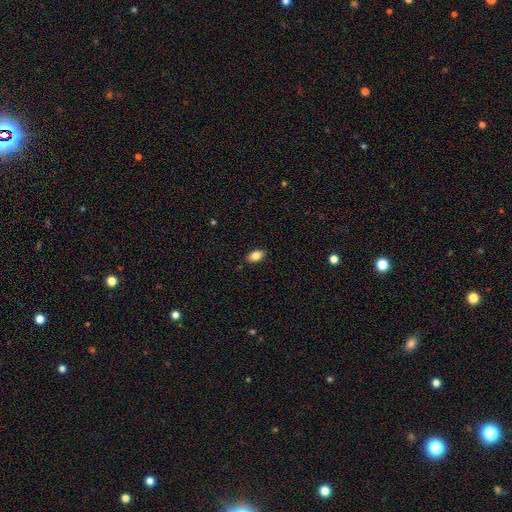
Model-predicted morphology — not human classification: type=smooth (84%); roundness=in between (90%); merging=none (86%).